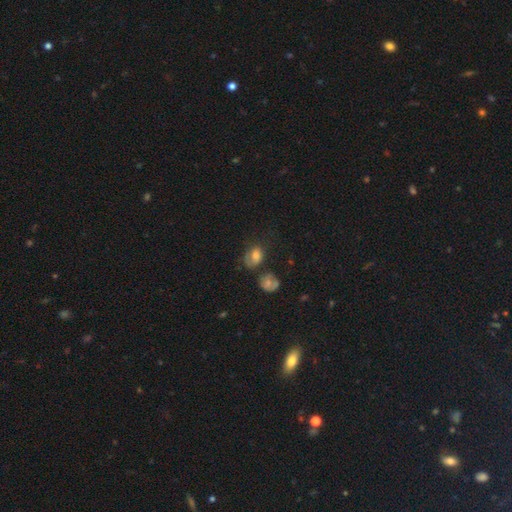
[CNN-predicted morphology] Smooth or featured? Predicted: smooth (p=0.69). How rounded? Predicted: in between (p=0.64). Merging? Predicted: none (p=0.43).